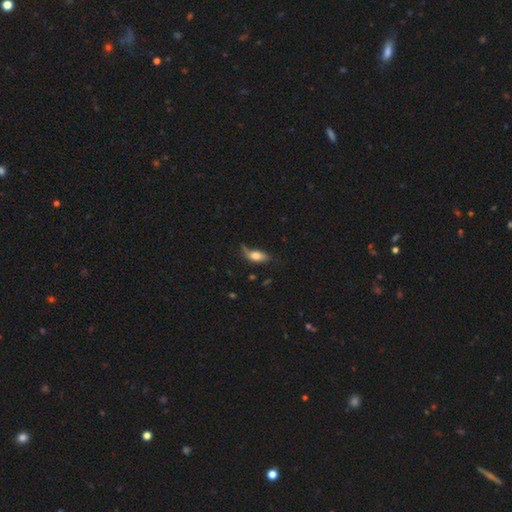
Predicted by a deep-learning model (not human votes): smooth_or_featured: smooth (p=0.73) [alt: featured or disk p=0.19]
how_rounded: in between (p=0.82) [alt: cigar-shaped p=0.12]
merging: none (p=0.50) [alt: minor disturbance p=0.32]